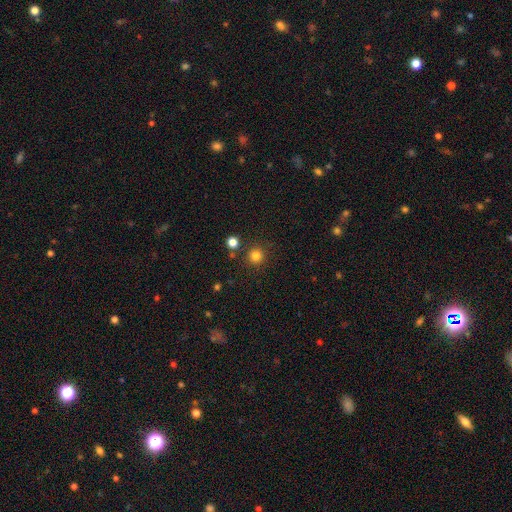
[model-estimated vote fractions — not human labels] smooth 81%, star or artifact 15%, featured or disk 4%. Down the decision tree: how rounded — round (95%); merging — none (87%).